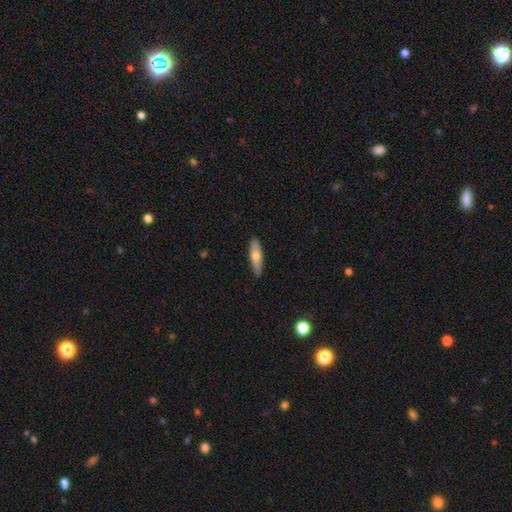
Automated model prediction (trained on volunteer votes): Smooth or featured: smooth — 63% (featured or disk — 31%)
How rounded: cigar-shaped — 66% (in between — 32%)
Merging: none — 87% (minor disturbance — 10%)